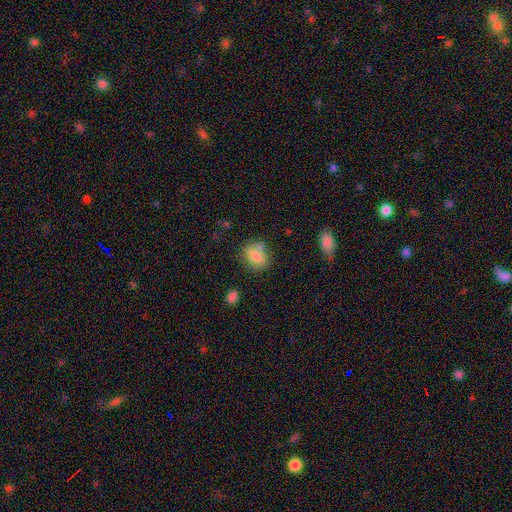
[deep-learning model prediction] Smooth or featured? Predicted: smooth (p=0.78). How rounded? Predicted: in between (p=0.50). Merging? Predicted: none (p=0.66).